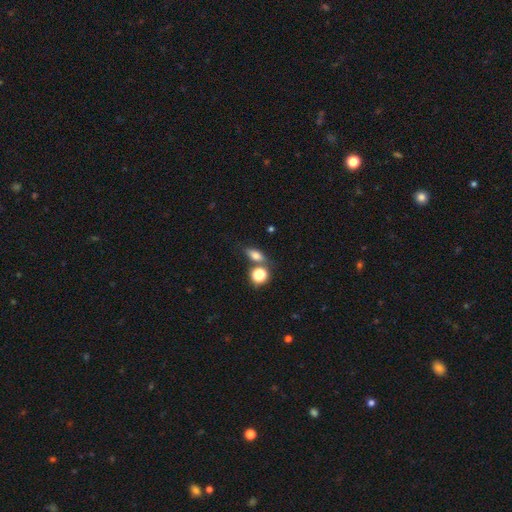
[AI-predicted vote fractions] smooth-or-featured: smooth: 72% | featured or disk: 14% | star or artifact: 14%
  how-rounded: in between: 68% | round: 20% | cigar-shaped: 12%
  merging: none: 66% | merger: 18% | minor disturbance: 12% | major disturbance: 4%